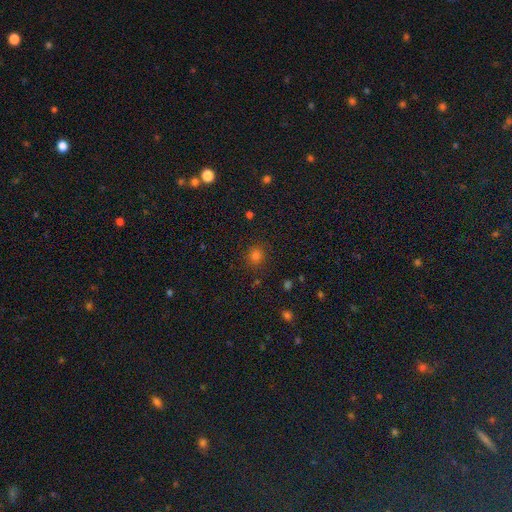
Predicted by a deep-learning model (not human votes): The model was most divided on "smooth or featured": smooth: 74%, star or artifact: 21%, featured or disk: 5%. More confident: how rounded — round (90%); merging — none (88%).